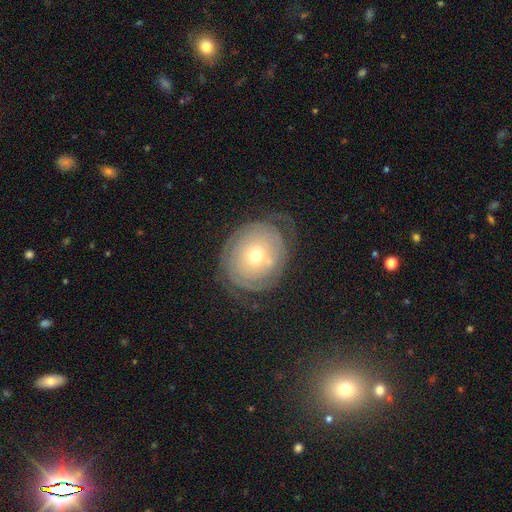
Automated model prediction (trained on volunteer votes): Smooth or featured: featured or disk — 70% (smooth — 22%)
Edge-on disk: no — 96% (yes — 4%)
Bar: no — 83% (weak — 13%)
Spiral arms: yes — 79% (no — 21%)
Spiral winding: tight — 77% (medium — 16%)
Spiral arm count: can't tell — 47% (2 — 29%)
Bulge size: small — 60% (moderate — 34%)
Merging: none — 67% (minor disturbance — 18%)